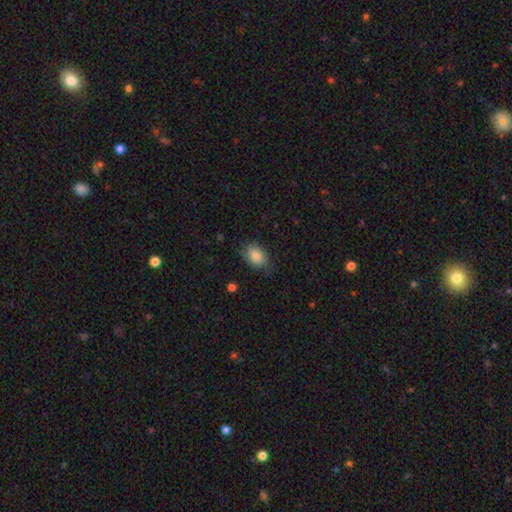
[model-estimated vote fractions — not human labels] smooth 85%, star or artifact 7%, featured or disk 7%. Down the decision tree: how rounded — in between (81%); merging — none (75%).